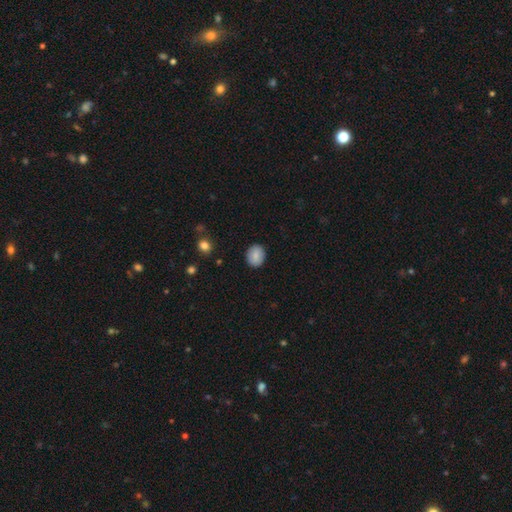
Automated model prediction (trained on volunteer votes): Overall: smooth (83%). How rounded: round (60%; in between 39%). Merging: none (88%).